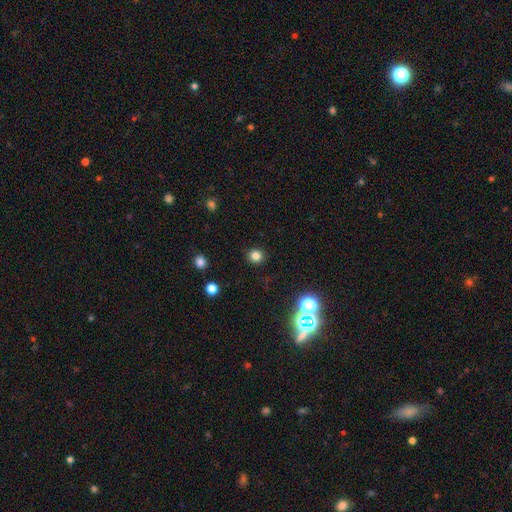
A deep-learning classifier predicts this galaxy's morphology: This is likely a smooth galaxy (80%). How rounded: clearly round (90%). Merging: clearly none (91%).